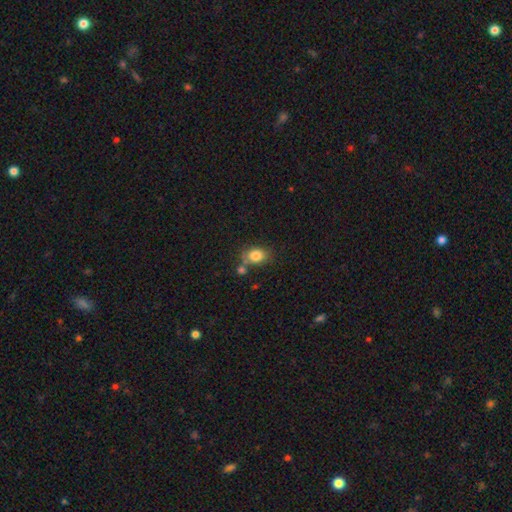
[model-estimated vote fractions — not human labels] Overall: smooth (83%). How rounded: in between (57%; round 42%). Merging: none (61%).